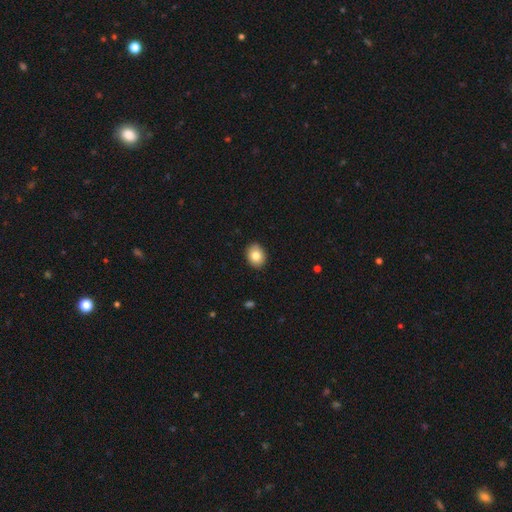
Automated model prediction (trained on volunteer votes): Smooth or featured? smooth (80%)
How rounded? in between (56%)
Merging? none (89%)